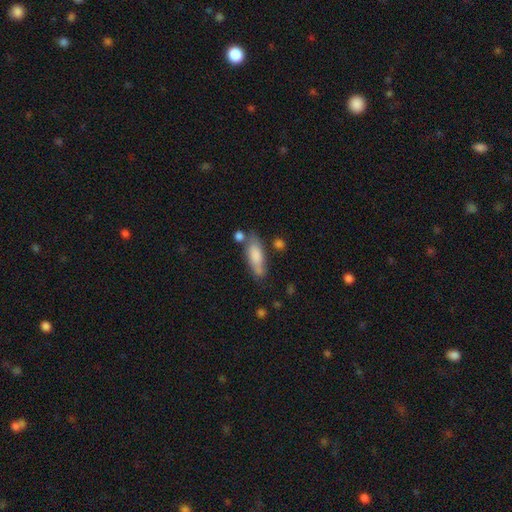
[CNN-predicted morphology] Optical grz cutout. It shows a smooth galaxy with no disk features (78%) that is in between round and cigar-shaped (60%). Merging: none (58%).